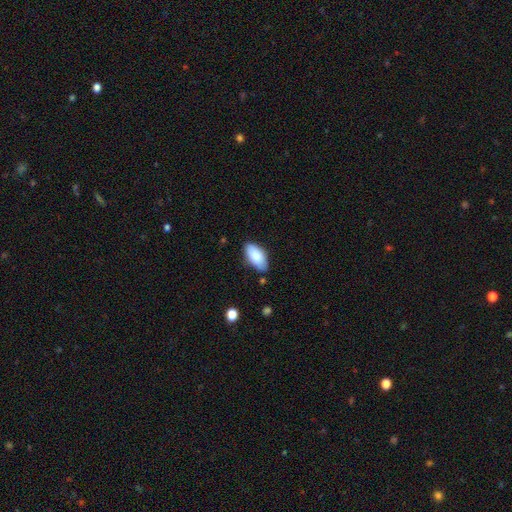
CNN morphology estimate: Smooth or featured?
  - smooth: 84% *
  - featured or disk: 10%
  - star or artifact: 6%
How rounded?
  - in between: 93% *
  - cigar-shaped: 5%
  - round: 2%
Merging?
  - none: 77% *
  - minor disturbance: 18%
  - major disturbance: 3%
  - merger: 2%